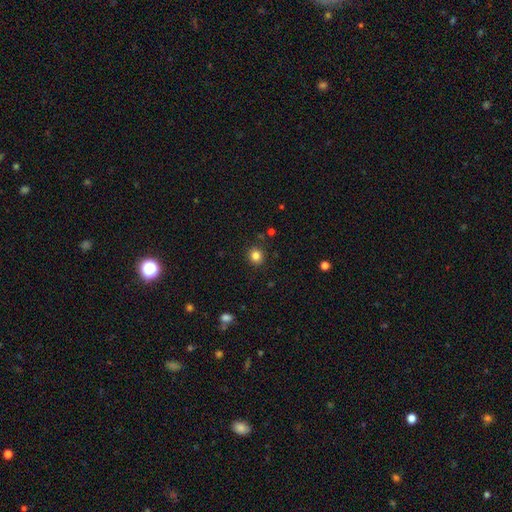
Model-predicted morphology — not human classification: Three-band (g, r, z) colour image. It shows a smooth galaxy with no disk features (83%) that is round (87%). Merging: none (90%).